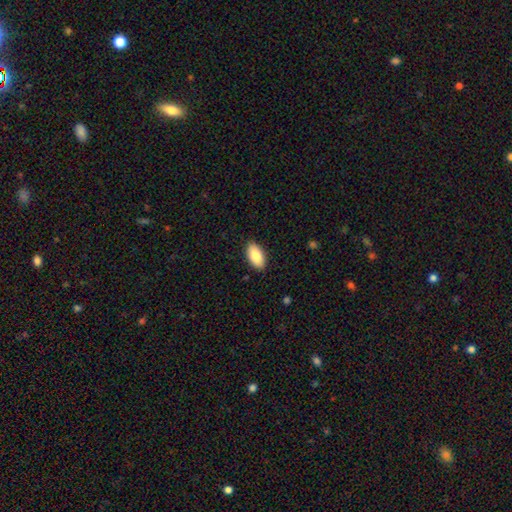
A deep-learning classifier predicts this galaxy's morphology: smooth-or-featured: smooth: 86% | featured or disk: 8% | star or artifact: 6%
  how-rounded: in between: 93% | cigar-shaped: 4% | round: 2%
  merging: none: 89% | minor disturbance: 8% | major disturbance: 2% | merger: 1%